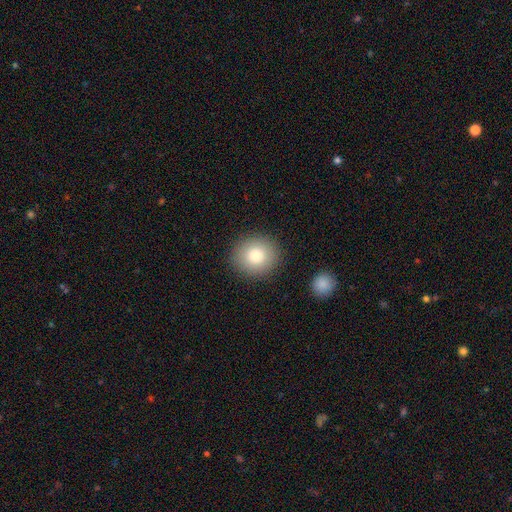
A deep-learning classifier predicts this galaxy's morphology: smooth_or_featured: smooth (p=0.83) [alt: star or artifact p=0.09]
how_rounded: round (p=0.82) [alt: in between p=0.17]
merging: none (p=0.89) [alt: minor disturbance p=0.07]